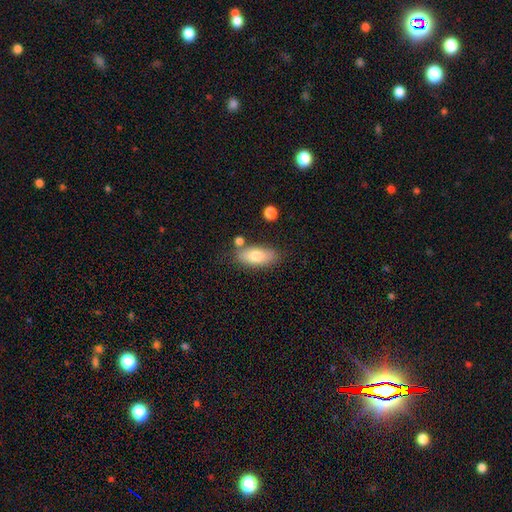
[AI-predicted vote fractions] Overall: smooth (78%). How rounded: in between (85%). Merging: none (74%).